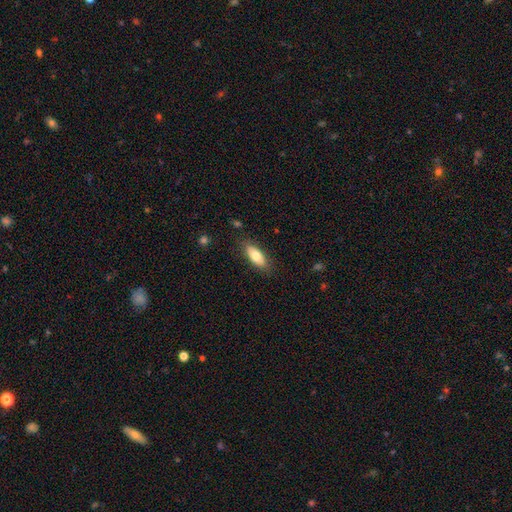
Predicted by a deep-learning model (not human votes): This appears to be a smooth galaxy with no disk features (75%) that is in between round and cigar-shaped (80%). Merging: none (84%).